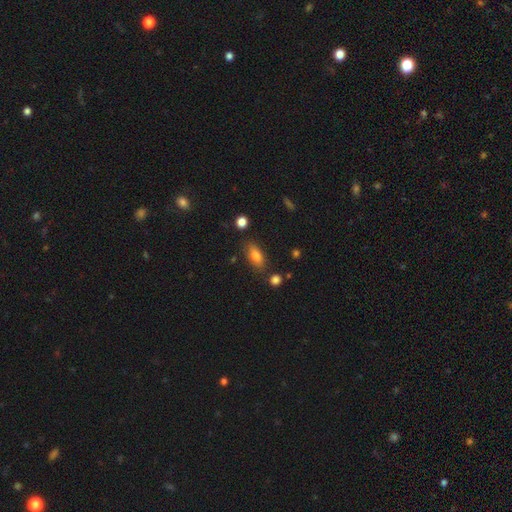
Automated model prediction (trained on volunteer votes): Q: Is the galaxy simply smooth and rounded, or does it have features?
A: smooth — 78%.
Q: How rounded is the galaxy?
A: in between — 80%.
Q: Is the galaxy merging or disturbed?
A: none — 80%.